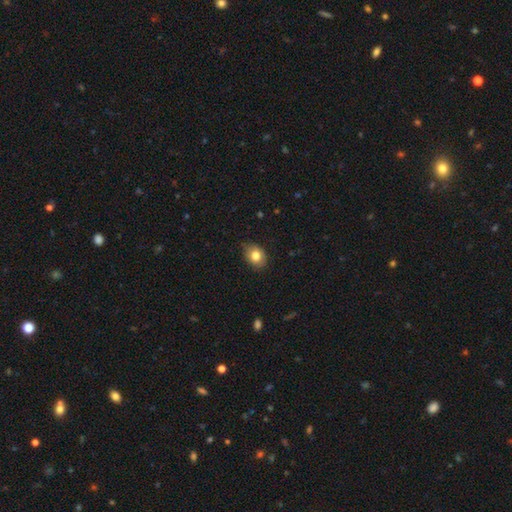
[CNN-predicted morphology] smooth-or-featured: smooth: 81% | featured or disk: 10% | star or artifact: 9%
  how-rounded: in between: 56% | round: 43% | cigar-shaped: 1%
  merging: none: 73% | minor disturbance: 23% | major disturbance: 3% | merger: 1%